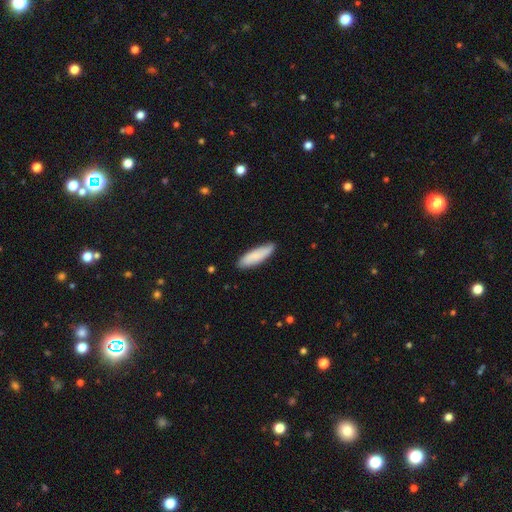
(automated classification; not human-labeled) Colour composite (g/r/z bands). It shows a smooth galaxy with no disk features (79%) that is cigar-shaped (57%). Merging: none (83%).